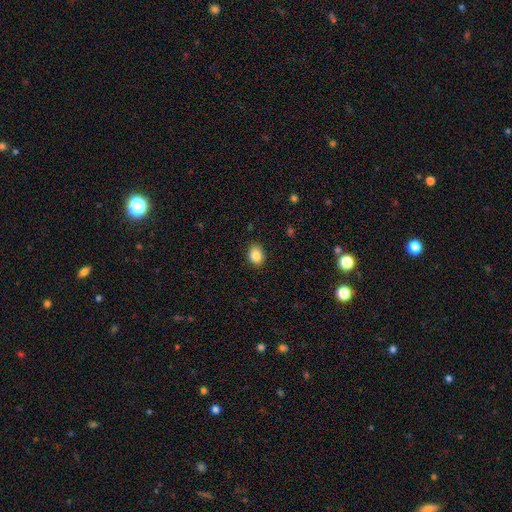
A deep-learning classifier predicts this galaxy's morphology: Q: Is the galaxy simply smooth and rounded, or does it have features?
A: smooth — 87%.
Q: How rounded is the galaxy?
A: in between — 55%.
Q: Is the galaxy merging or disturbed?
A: none — 84%.